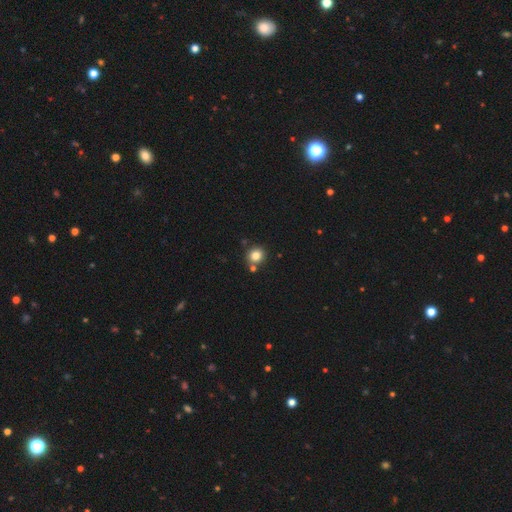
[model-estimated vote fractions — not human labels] This is clearly a smooth galaxy (81%). How rounded: clearly round (87%). Merging: likely none (77%).